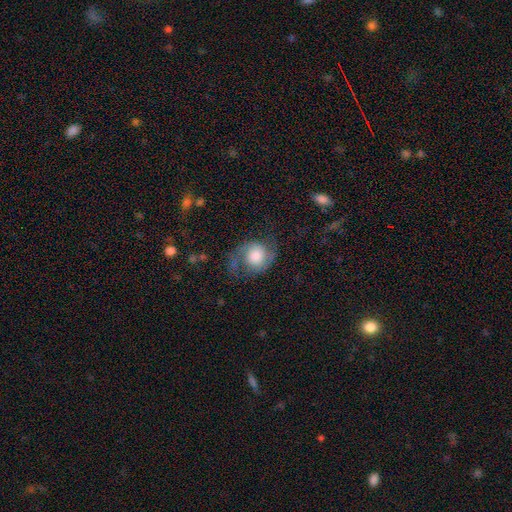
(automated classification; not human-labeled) This is likely a featured or disk galaxy (68%). It is clearly not viewed edge-on (98%). Bar: likely no (75%). Spiral arm pattern: clearly yes (92%). Spiral arm count: clearly 2 (90%). Spiral winding: marginally medium (44%). Central bulge: possibly large (48%). Merging: likely none (63%).